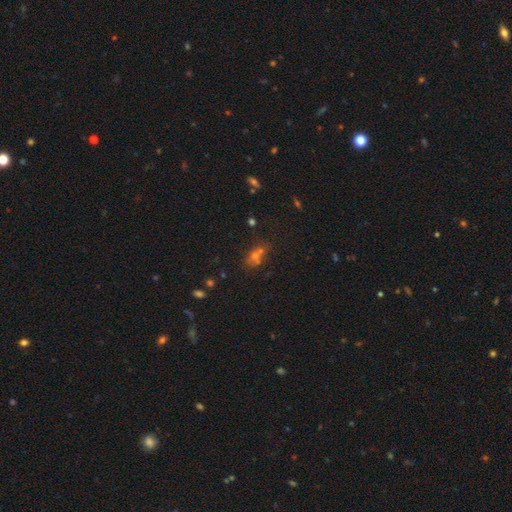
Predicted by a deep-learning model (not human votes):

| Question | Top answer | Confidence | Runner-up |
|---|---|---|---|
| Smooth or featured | smooth | 50% | star or artifact (34%) |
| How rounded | round | 54% | in between (41%) |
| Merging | none | 49% | merger (33%) |